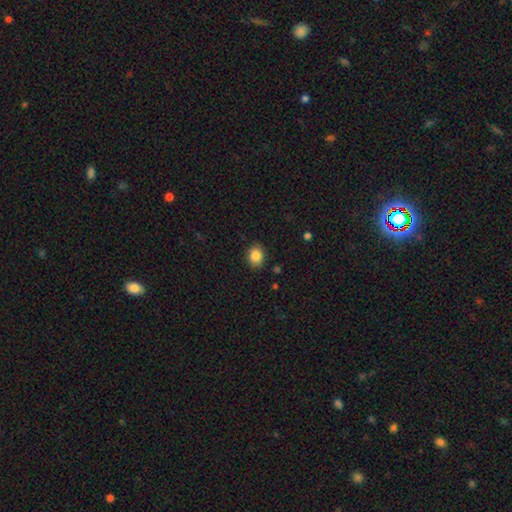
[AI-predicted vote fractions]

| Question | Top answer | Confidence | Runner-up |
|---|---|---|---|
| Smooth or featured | smooth | 87% | star or artifact (9%) |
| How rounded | round | 52% | in between (47%) |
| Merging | none | 87% | minor disturbance (9%) |